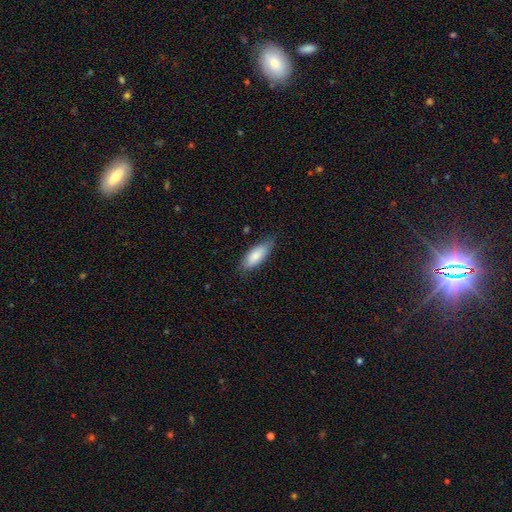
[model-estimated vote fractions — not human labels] smooth_or_featured: smooth (p=0.84) [alt: featured or disk p=0.11]
how_rounded: in between (p=0.75) [alt: cigar-shaped p=0.24]
merging: none (p=0.77) [alt: minor disturbance p=0.19]